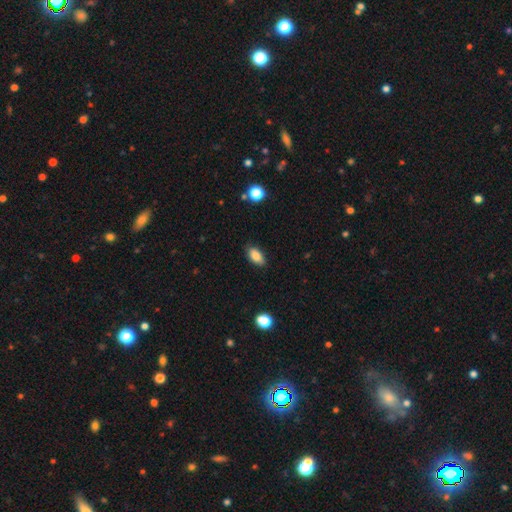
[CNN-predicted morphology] A smooth galaxy with no disk features (85%) that is in between round and cigar-shaped (91%). Merging: none (84%).